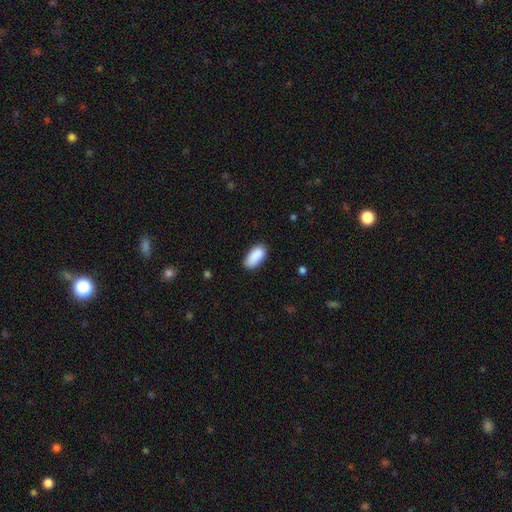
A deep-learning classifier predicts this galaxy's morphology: Smooth or featured: smooth — 89% (star or artifact — 7%)
How rounded: in between — 92% (cigar-shaped — 6%)
Merging: none — 77% (minor disturbance — 18%)